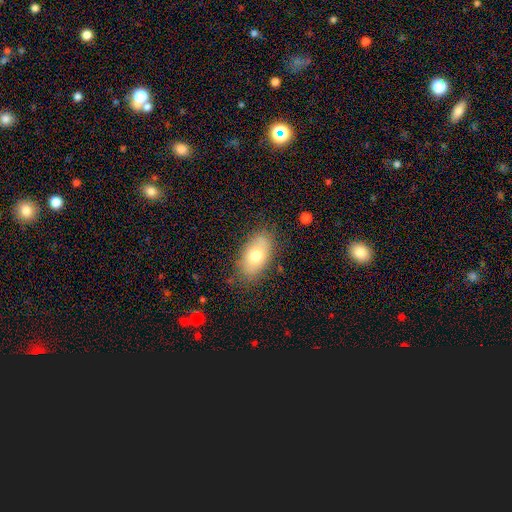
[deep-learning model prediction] Smooth or featured: smooth — 70% (featured or disk — 22%)
How rounded: in between — 92% (round — 6%)
Merging: none — 81% (minor disturbance — 14%)